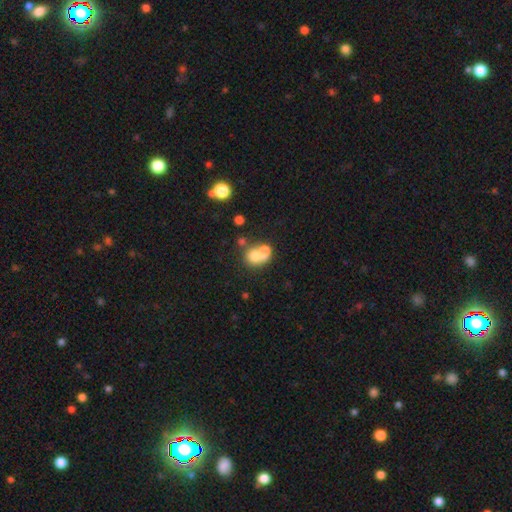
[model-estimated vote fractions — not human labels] smooth_or_featured: smooth (p=0.65) [alt: featured or disk p=0.23]
how_rounded: round (p=0.69) [alt: in between p=0.30]
merging: merger (p=0.59) [alt: none p=0.28]